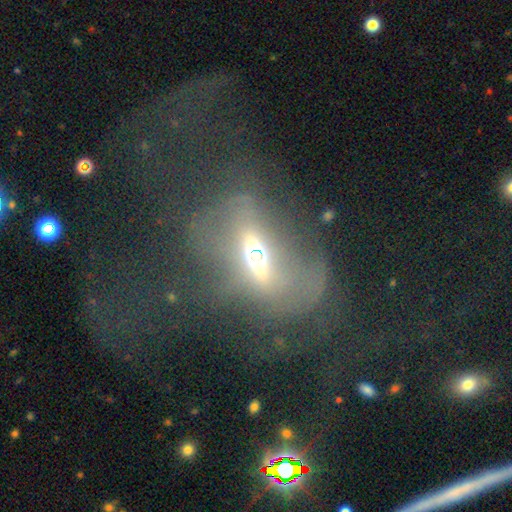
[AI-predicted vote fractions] The model was most divided on "merging" (2-way tie): major disturbance: 39%, none: 39%, minor disturbance: 17%, merger: 5%. More confident: smooth or featured — featured or disk (60%); edge-on disk — no (56%).